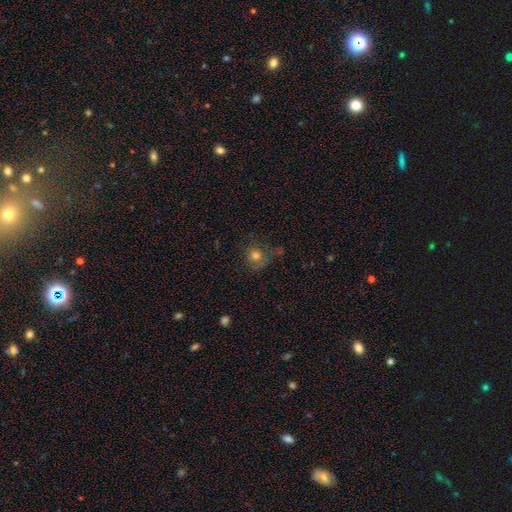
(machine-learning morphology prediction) This appears to be a smooth galaxy with no disk features (69%) that is round (85%). Merging: none (57%).